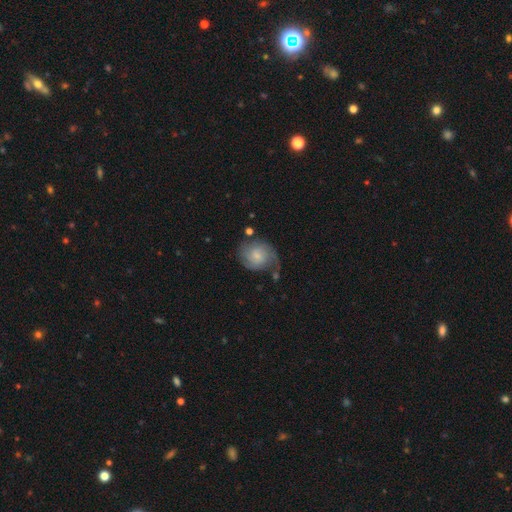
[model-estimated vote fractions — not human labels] Q: Smooth or featured?
A: featured or disk (55%); runner-up: smooth (38%)
Q: Edge-on disk?
A: no (97%); runner-up: yes (3%)
Q: Bar?
A: no (67%); runner-up: weak (29%)
Q: Spiral arms?
A: yes (88%); runner-up: no (12%)
Q: Bulge size?
A: small (56%); runner-up: moderate (25%)
Q: Merging?
A: none (51%); runner-up: minor disturbance (25%)